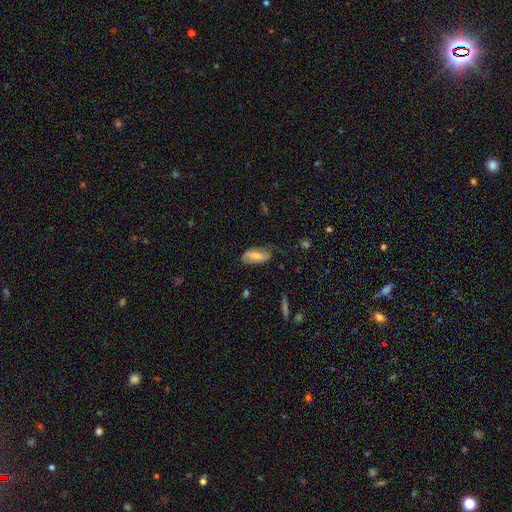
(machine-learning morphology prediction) Smooth or featured?
  - smooth: 52% *
  - featured or disk: 41%
  - star or artifact: 7%
How rounded?
  - in between: 87% *
  - cigar-shaped: 10%
  - round: 3%
Merging?
  - none: 60% *
  - minor disturbance: 29%
  - major disturbance: 9%
  - merger: 2%